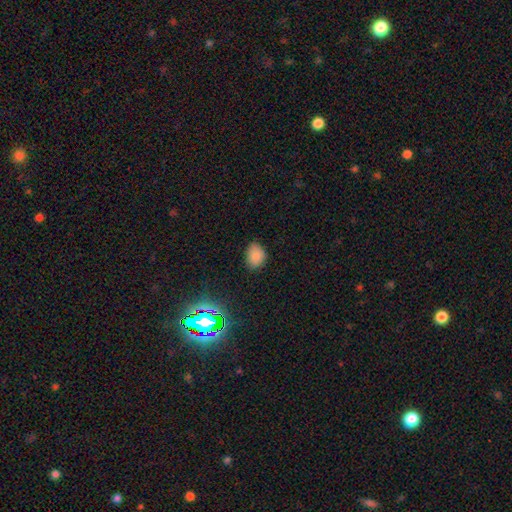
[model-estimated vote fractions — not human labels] smooth_or_featured: smooth (p=0.82) [alt: star or artifact p=0.13]
how_rounded: in between (p=0.60) [alt: round p=0.39]
merging: none (p=0.73) [alt: minor disturbance p=0.22]